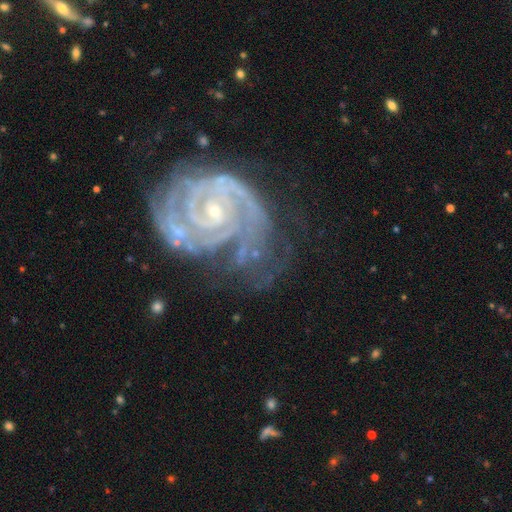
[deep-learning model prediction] A featured or disk galaxy (90%) with no bar (61%), 2 (44%) tight (75%) spiral arms (98%) and a small central bulge (75%).

Vote fractions:
- Smooth or featured? featured or disk: 90% / star or artifact: 6% / smooth: 4%
- Edge-on disk? no: 98% / yes: 2%
- Bar? no: 61% / weak: 28% / strong: 11%
- Spiral arms? yes: 98% / no: 2%
- Spiral winding? tight: 75% / medium: 21% / loose: 3%
- Spiral arm count? 2: 44% / 3: 20% / can't tell: 16% / 4: 8% / more than 4: 6% / 1: 6%
- Bulge size? small: 75% / moderate: 21% / none: 2% / large: 1% / dominant: 1%
- Merging? none: 50% / minor disturbance: 27% / major disturbance: 18% / merger: 5%